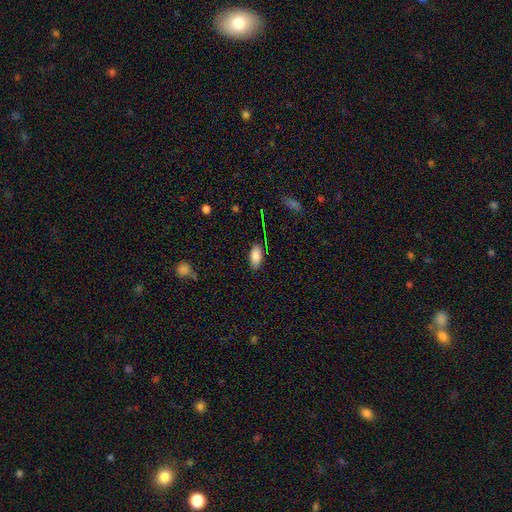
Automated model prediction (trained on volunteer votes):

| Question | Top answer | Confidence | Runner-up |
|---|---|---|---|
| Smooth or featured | smooth | 84% | star or artifact (9%) |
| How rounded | in between | 91% | cigar-shaped (6%) |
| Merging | none | 83% | minor disturbance (13%) |